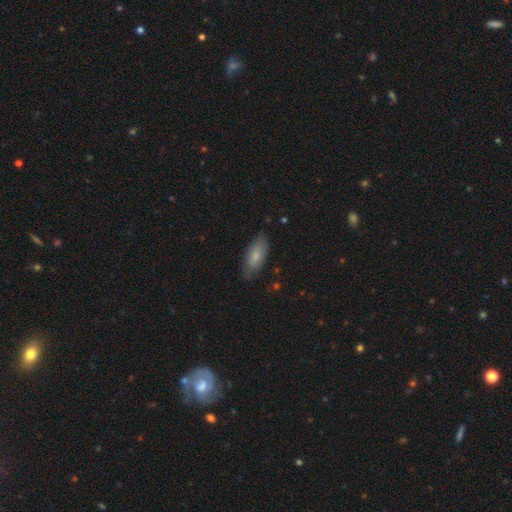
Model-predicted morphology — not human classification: smooth 78%, featured or disk 16%, star or artifact 6%. Down the decision tree: how rounded — in between (81%); merging — none (81%).